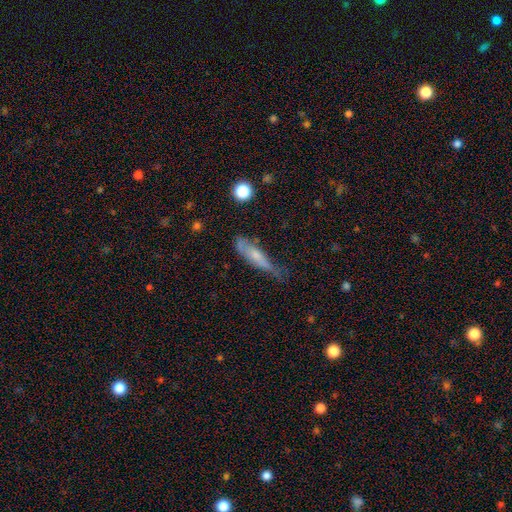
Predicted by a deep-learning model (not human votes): This appears to be a smooth galaxy with no disk features (57%) that is cigar-shaped (69%). Merging: none (43%).